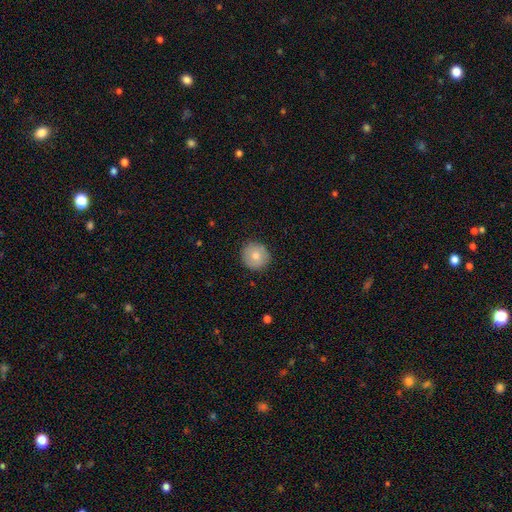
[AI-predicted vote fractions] Overall: smooth (75%). How rounded: round (95%). Merging: none (90%).